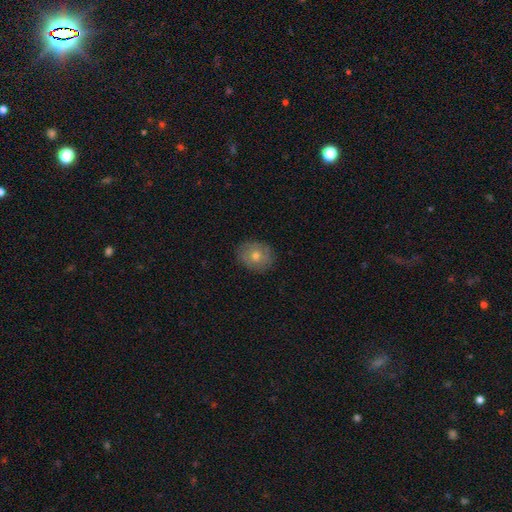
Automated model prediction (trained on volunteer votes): smooth 54%, featured or disk 35%, star or artifact 11%. Down the decision tree: how rounded — round (57%); merging — none (85%).